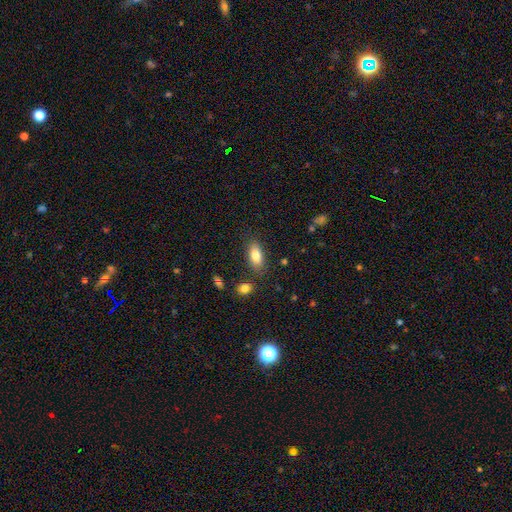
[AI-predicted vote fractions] Overall: smooth (82%). How rounded: in between (87%). Merging: none (81%).